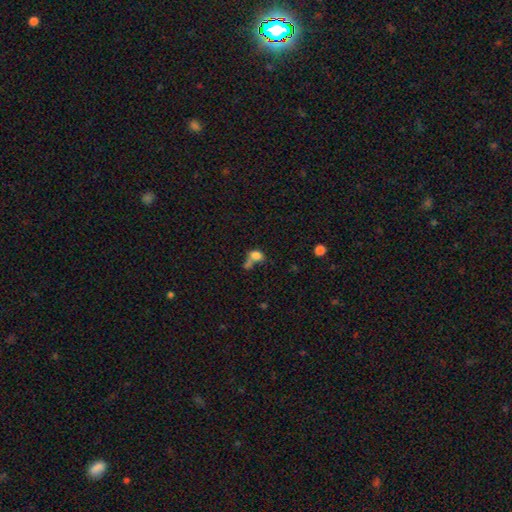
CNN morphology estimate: Q: Smooth or featured?
A: smooth (76%); runner-up: featured or disk (12%)
Q: How rounded?
A: in between (64%); runner-up: round (33%)
Q: Merging?
A: merger (51%); runner-up: none (26%)